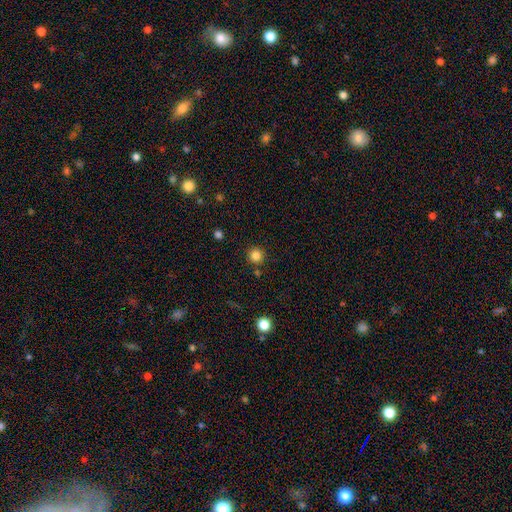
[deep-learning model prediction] smooth 83%, star or artifact 12%, featured or disk 5%. Down the decision tree: how rounded — round (95%); merging — none (88%).